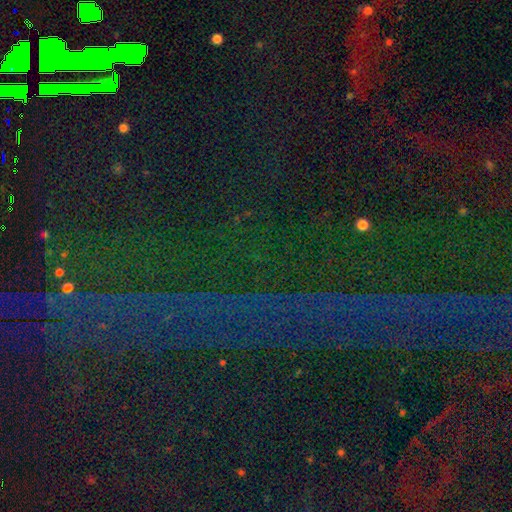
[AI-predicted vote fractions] star or artifact 83%, smooth 9%, featured or disk 8%.